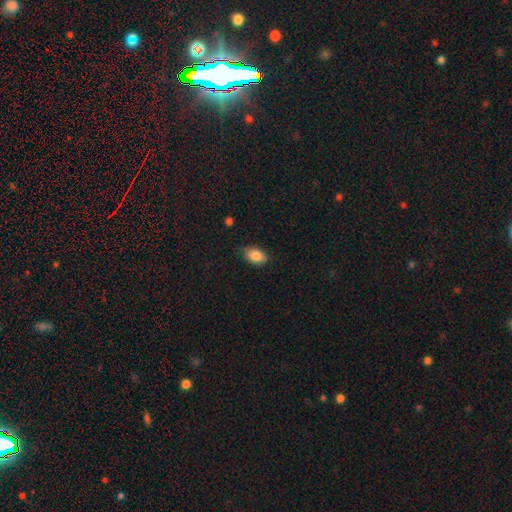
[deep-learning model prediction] Smooth or featured? smooth (85%)
How rounded? in between (90%)
Merging? none (83%)